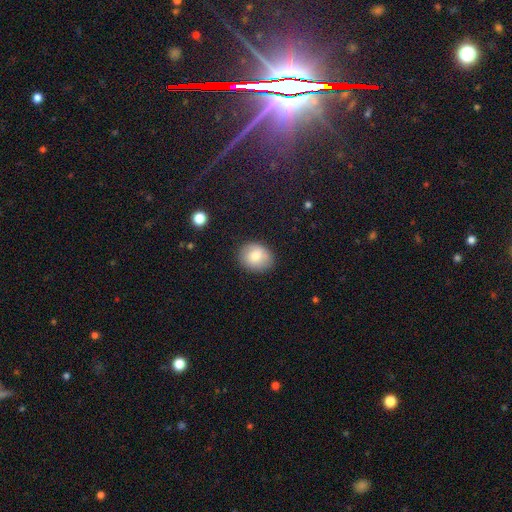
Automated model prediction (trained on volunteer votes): The model was most divided on "how rounded": round: 56%, in between: 43%, cigar-shaped: 1%. More confident: merging — none (85%); smooth or featured — smooth (78%).